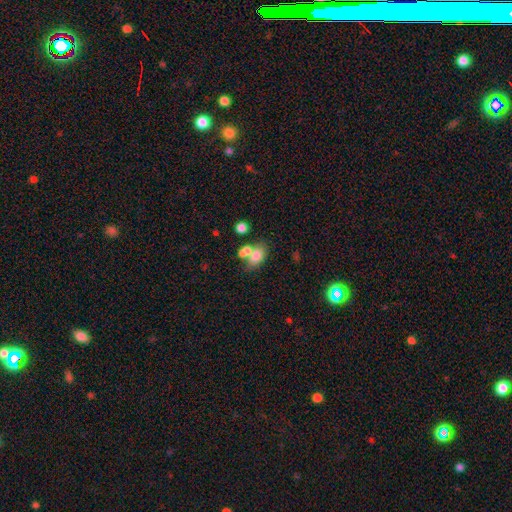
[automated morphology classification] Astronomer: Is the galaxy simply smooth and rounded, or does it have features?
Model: smooth — 75%.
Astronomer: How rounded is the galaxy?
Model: in between — 84%.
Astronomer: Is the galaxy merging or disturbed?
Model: merger — 47% (runner-up: none, 36%).